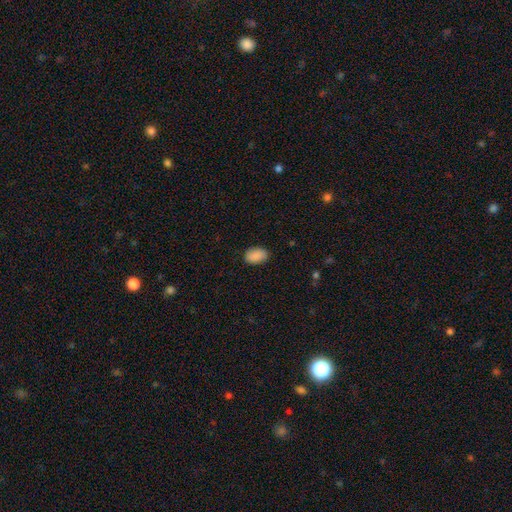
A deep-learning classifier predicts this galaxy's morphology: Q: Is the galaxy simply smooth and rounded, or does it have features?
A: smooth — 90%.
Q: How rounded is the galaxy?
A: in between — 89%.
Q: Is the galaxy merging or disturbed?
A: none — 86%.